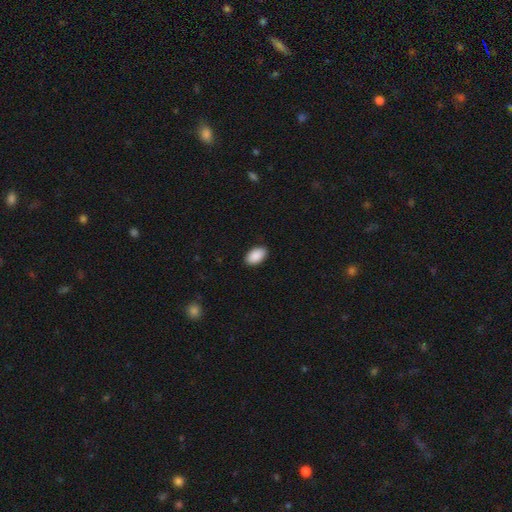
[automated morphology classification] Smooth or featured? smooth (91%)
How rounded? in between (94%)
Merging? none (90%)